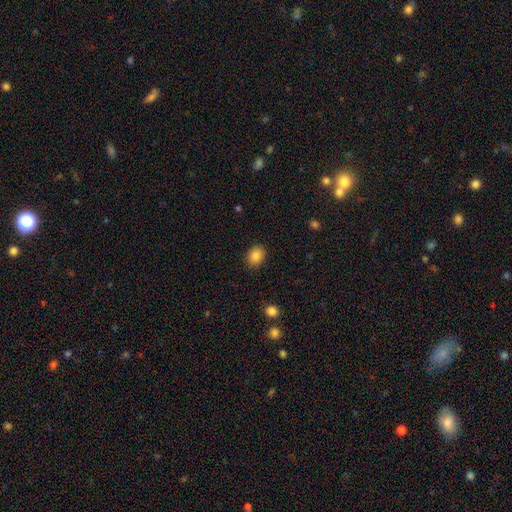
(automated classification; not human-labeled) Smooth or featured: smooth — 86% (star or artifact — 9%)
How rounded: in between — 52% (round — 47%)
Merging: none — 88% (minor disturbance — 8%)